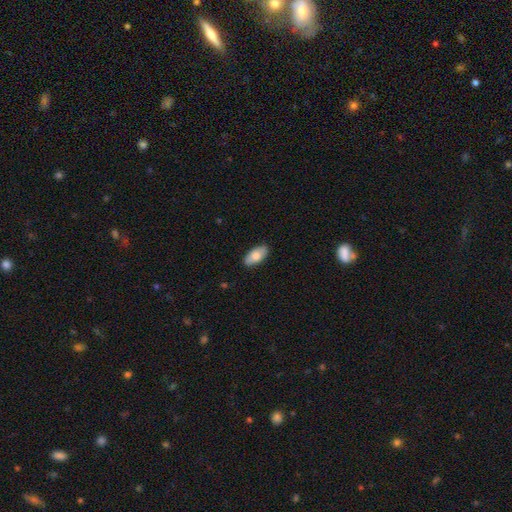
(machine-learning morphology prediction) smooth 75%, featured or disk 19%, star or artifact 6%. Down the decision tree: how rounded — in between (92%); merging — none (88%).